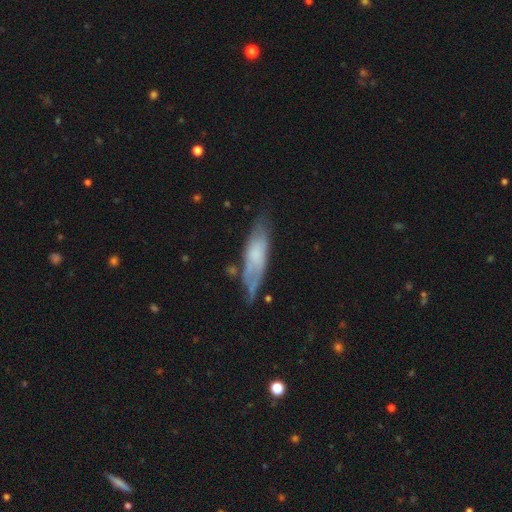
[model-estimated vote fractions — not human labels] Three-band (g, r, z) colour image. It shows a smooth galaxy with no disk features (49%). Merging: none (53%).